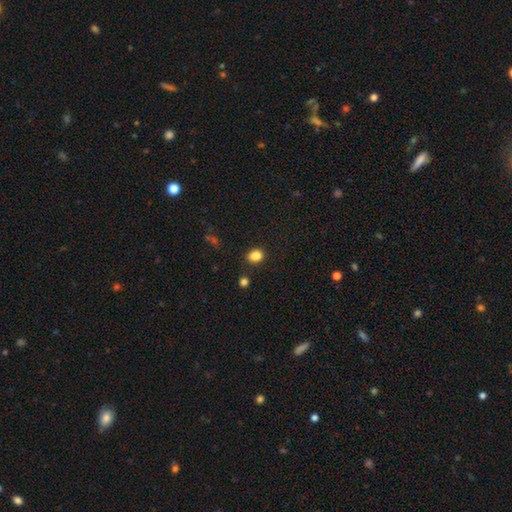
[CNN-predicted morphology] smooth 85%, star or artifact 11%, featured or disk 4%. Down the decision tree: how rounded — in between (53%); merging — none (77%).